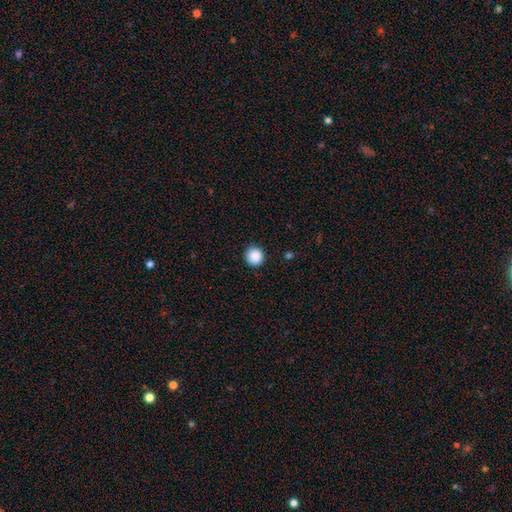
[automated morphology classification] Smooth or featured? Predicted: smooth (p=0.89). How rounded? Predicted: round (p=0.95). Merging? Predicted: none (p=0.92).